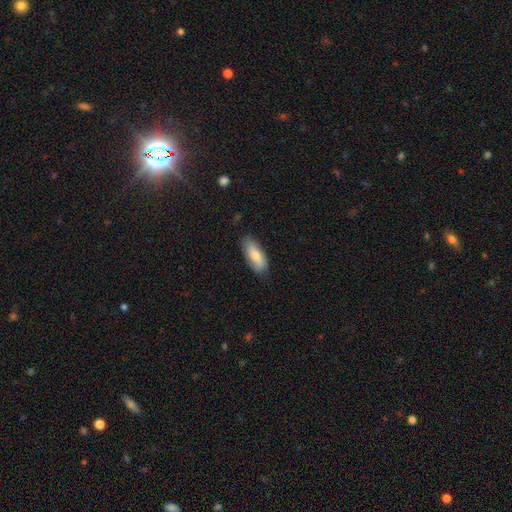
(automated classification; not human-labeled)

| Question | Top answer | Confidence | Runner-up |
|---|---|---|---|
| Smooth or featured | smooth | 74% | featured or disk (20%) |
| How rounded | in between | 77% | cigar-shaped (20%) |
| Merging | none | 79% | minor disturbance (17%) |